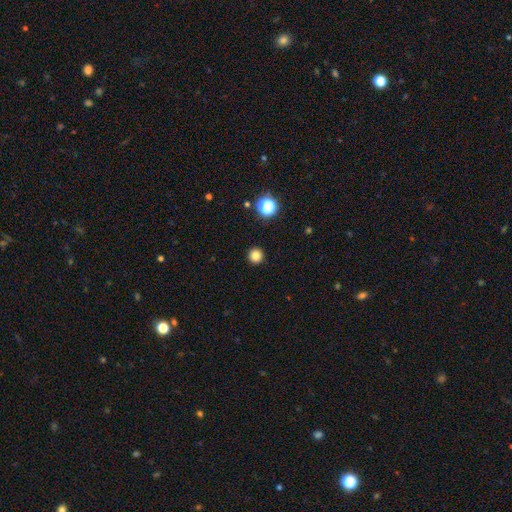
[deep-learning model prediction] Smooth or featured? Predicted: smooth (p=0.83). How rounded? Predicted: round (p=0.96). Merging? Predicted: none (p=0.93).